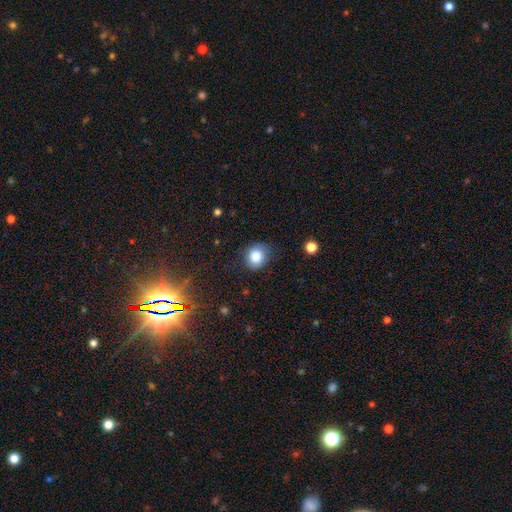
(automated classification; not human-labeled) Smooth or featured? Predicted: smooth (p=0.83). How rounded? Predicted: round (p=0.68). Merging? Predicted: none (p=0.75).